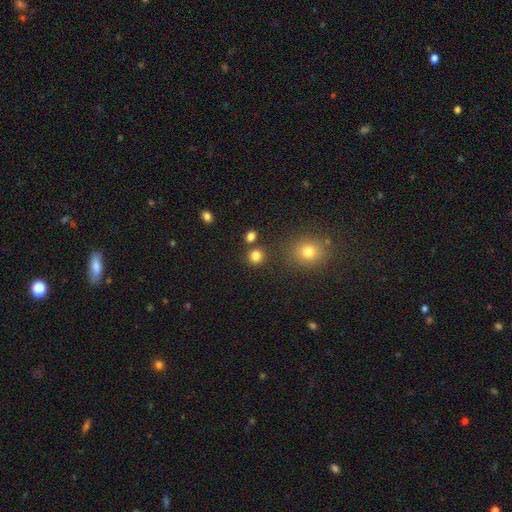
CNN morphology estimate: smooth_or_featured: smooth (p=0.82) [alt: star or artifact p=0.14]
how_rounded: round (p=0.89) [alt: in between p=0.10]
merging: none (p=0.81) [alt: merger p=0.09]